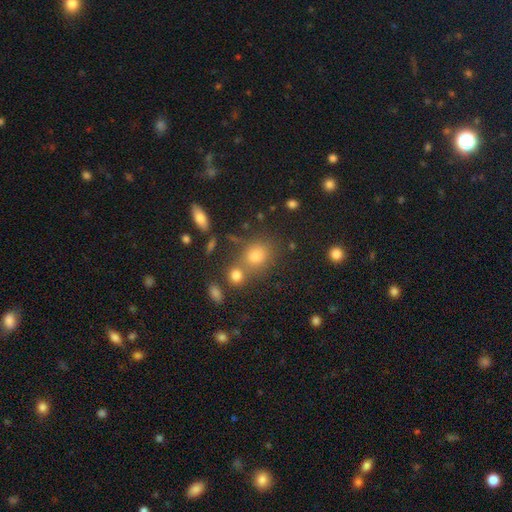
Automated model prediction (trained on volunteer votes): The model was most divided on "merging": none: 57%, merger: 25%, minor disturbance: 12%, major disturbance: 5%. More confident: smooth or featured — smooth (74%); how rounded — round (66%).